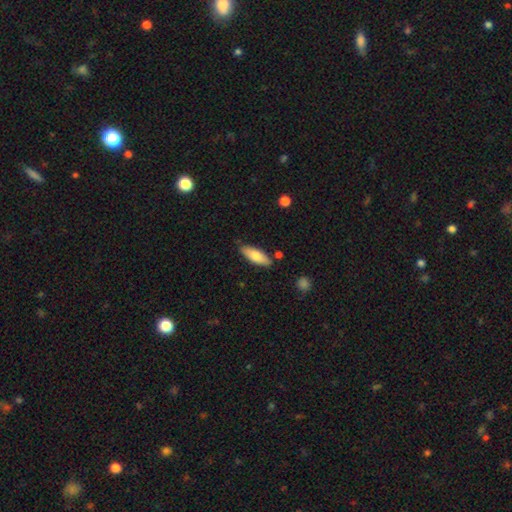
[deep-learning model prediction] Q: Smooth or featured?
A: smooth (72%); runner-up: featured or disk (22%)
Q: How rounded?
A: in between (64%); runner-up: cigar-shaped (34%)
Q: Merging?
A: none (82%); runner-up: minor disturbance (12%)